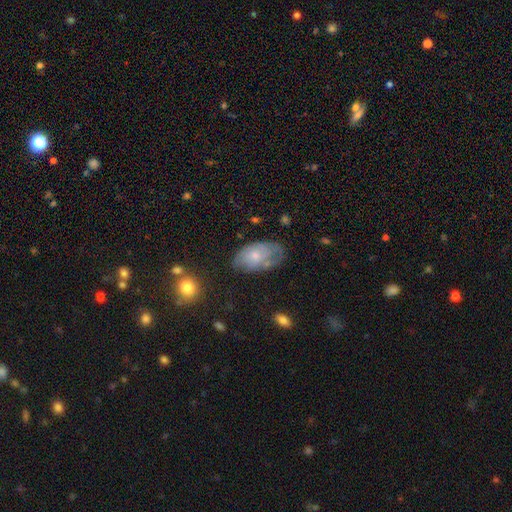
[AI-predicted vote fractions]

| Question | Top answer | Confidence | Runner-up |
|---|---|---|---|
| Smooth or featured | smooth | 51% | featured or disk (42%) |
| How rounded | in between | 91% | round (7%) |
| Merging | none | 52% | minor disturbance (31%) |